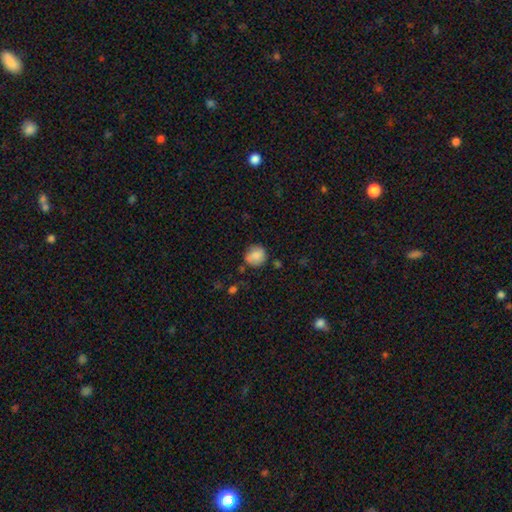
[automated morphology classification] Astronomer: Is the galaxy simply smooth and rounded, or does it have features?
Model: smooth — 84%.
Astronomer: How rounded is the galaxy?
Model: round — 83%.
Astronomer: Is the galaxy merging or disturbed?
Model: none — 72%.